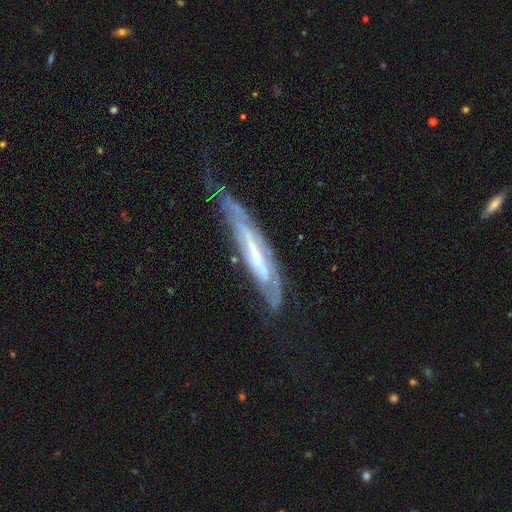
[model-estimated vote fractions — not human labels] Q: Smooth or featured?
A: featured or disk (80%); runner-up: smooth (13%)
Q: Edge-on disk?
A: yes (51%); runner-up: no (49%)
Q: Merging?
A: none (47%); runner-up: minor disturbance (28%)